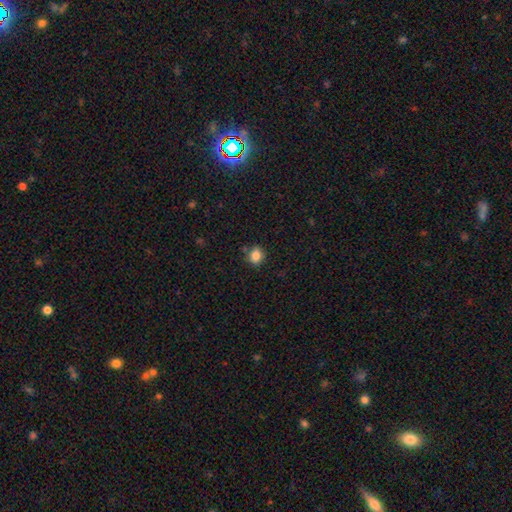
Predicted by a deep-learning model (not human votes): smooth_or_featured: smooth (p=0.84) [alt: star or artifact p=0.11]
how_rounded: round (p=0.70) [alt: in between p=0.29]
merging: none (p=0.83) [alt: minor disturbance p=0.11]